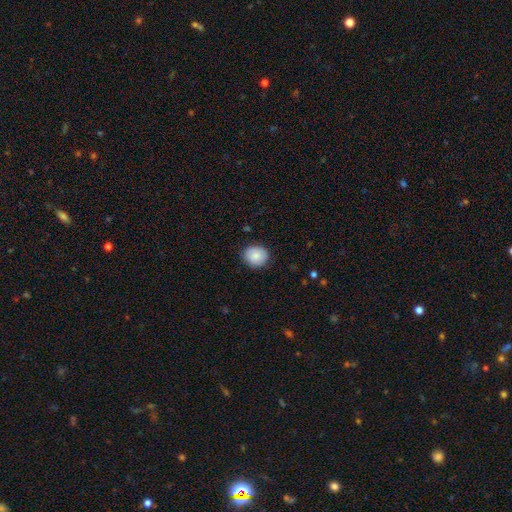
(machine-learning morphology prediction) This is clearly a smooth galaxy (86%). How rounded: likely round (76%). Merging: clearly none (85%).